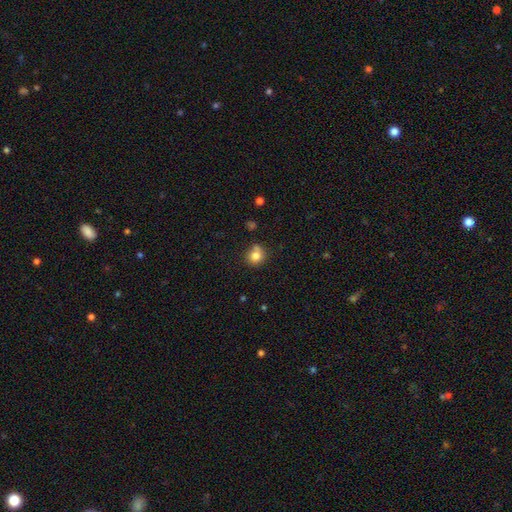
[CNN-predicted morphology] Q: Smooth or featured?
A: smooth (80%); runner-up: star or artifact (11%)
Q: How rounded?
A: round (85%); runner-up: in between (14%)
Q: Merging?
A: none (66%); runner-up: merger (15%)